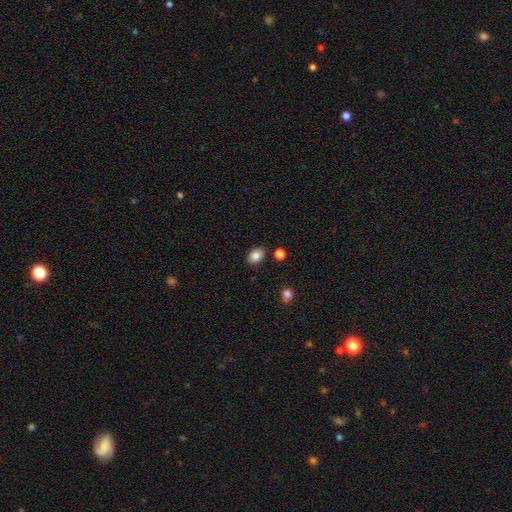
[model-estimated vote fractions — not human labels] This appears to be a smooth galaxy with no disk features (85%) that is in between round and cigar-shaped (75%). Merging: none (84%).